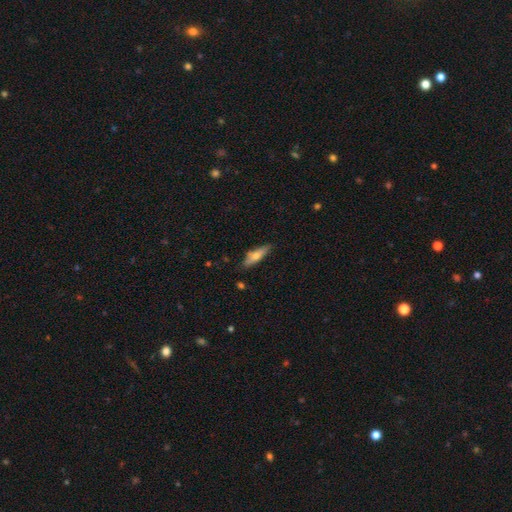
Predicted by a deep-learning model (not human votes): Smooth or featured? smooth (58%)
How rounded? cigar-shaped (59%)
Merging? none (78%)